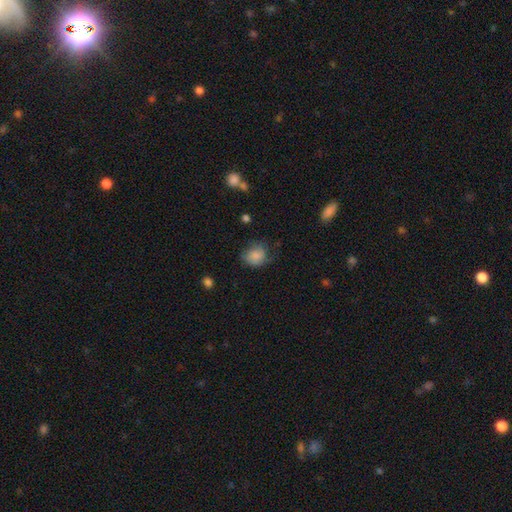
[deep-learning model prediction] This is likely a smooth galaxy (80%). How rounded: likely round (65%). Merging: possibly none (54%).